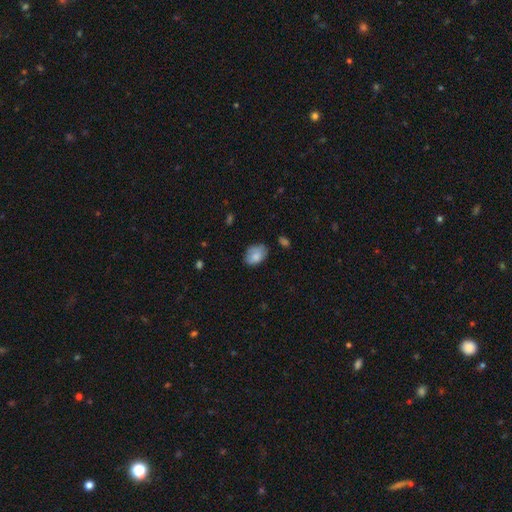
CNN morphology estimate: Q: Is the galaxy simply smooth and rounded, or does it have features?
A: smooth — 82%.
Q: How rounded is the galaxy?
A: in between — 81%.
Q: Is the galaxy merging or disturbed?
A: none — 63%.